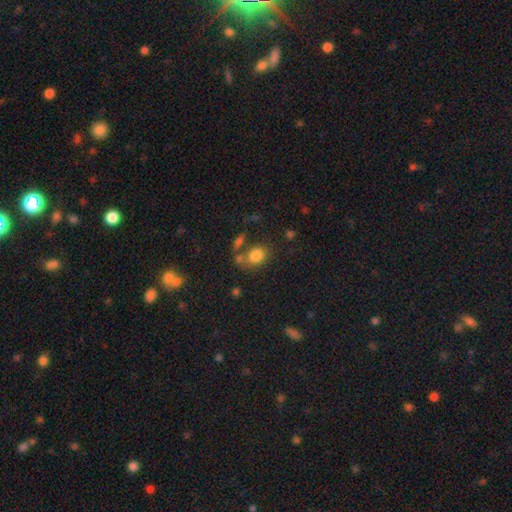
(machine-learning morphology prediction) Smooth or featured?
  - smooth: 81% *
  - star or artifact: 10%
  - featured or disk: 9%
How rounded?
  - in between: 59% *
  - round: 40%
  - cigar-shaped: 1%
Merging?
  - none: 57% *
  - merger: 20%
  - minor disturbance: 15%
  - major disturbance: 7%